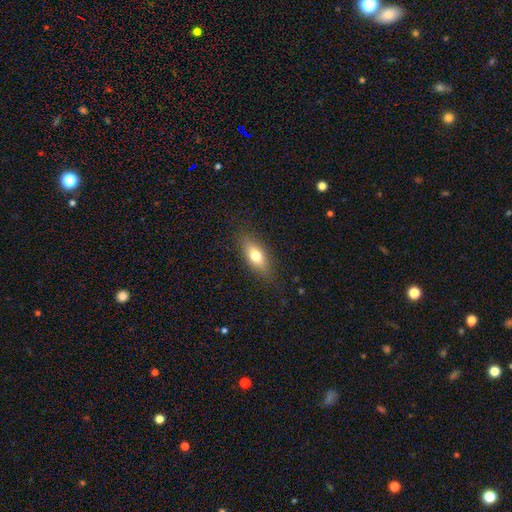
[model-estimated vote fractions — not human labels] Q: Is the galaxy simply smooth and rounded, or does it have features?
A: smooth — 70%.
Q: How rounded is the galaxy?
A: in between — 76%.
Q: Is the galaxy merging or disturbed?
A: none — 83%.